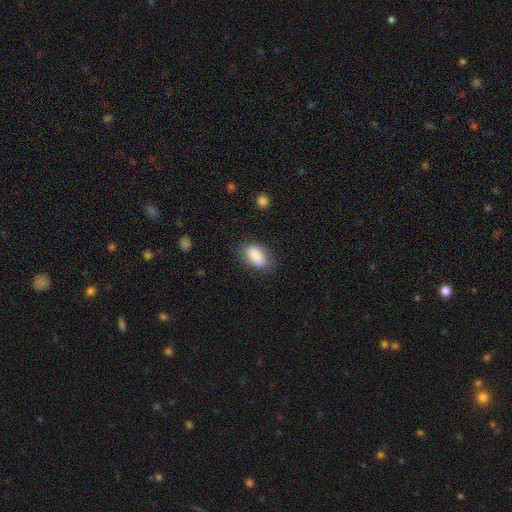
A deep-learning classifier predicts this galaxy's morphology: The model was most divided on "merging": none: 76%, minor disturbance: 17%, major disturbance: 5%, merger: 1%. More confident: how rounded — in between (91%); smooth or featured — smooth (87%).